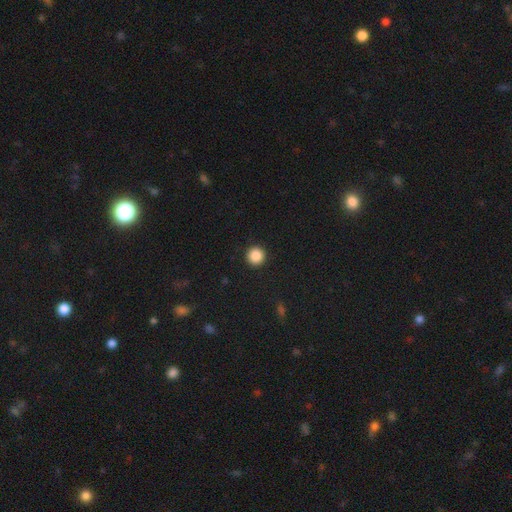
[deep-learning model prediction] Smooth or featured? smooth (87%)
How rounded? round (96%)
Merging? none (93%)